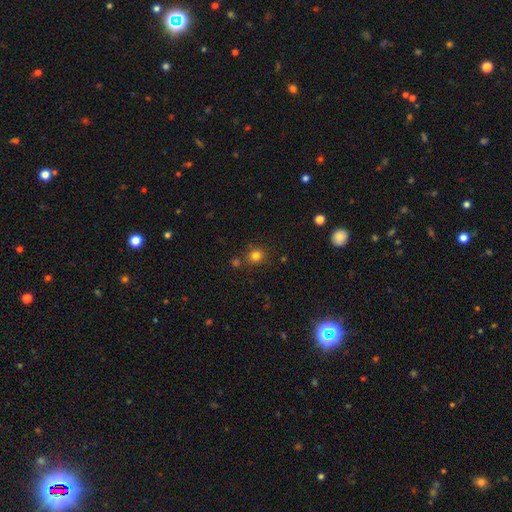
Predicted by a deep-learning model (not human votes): Smooth or featured? smooth (79%)
How rounded? round (87%)
Merging? none (80%)